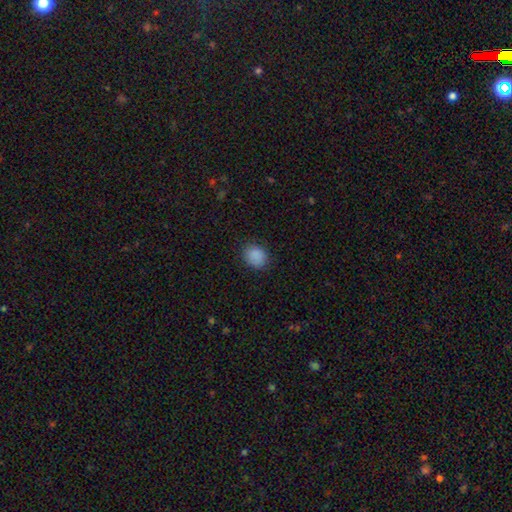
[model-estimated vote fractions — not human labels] Smooth or featured?
  - smooth: 88% *
  - star or artifact: 9%
  - featured or disk: 3%
How rounded?
  - round: 68% *
  - in between: 31%
  - cigar-shaped: 1%
Merging?
  - none: 86% *
  - minor disturbance: 11%
  - major disturbance: 3%
  - merger: 1%